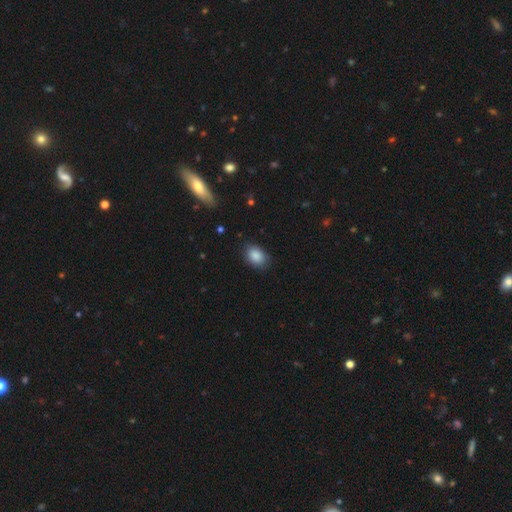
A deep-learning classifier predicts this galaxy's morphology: Smooth or featured? Predicted: smooth (p=0.87). How rounded? Predicted: in between (p=0.74). Merging? Predicted: none (p=0.79).